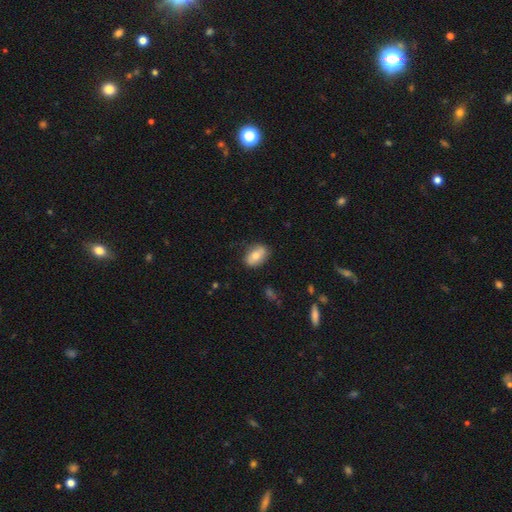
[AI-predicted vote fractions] A smooth galaxy with no disk features (69%) that is in between round and cigar-shaped (87%). Merging: none (73%).